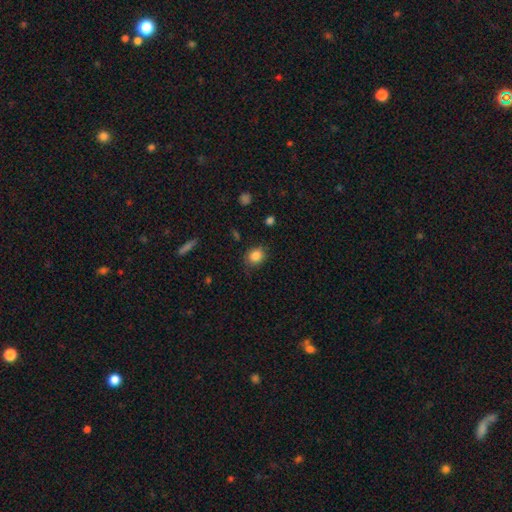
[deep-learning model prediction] Q: Smooth or featured?
A: smooth (85%); runner-up: star or artifact (10%)
Q: How rounded?
A: round (69%); runner-up: in between (30%)
Q: Merging?
A: none (80%); runner-up: minor disturbance (15%)